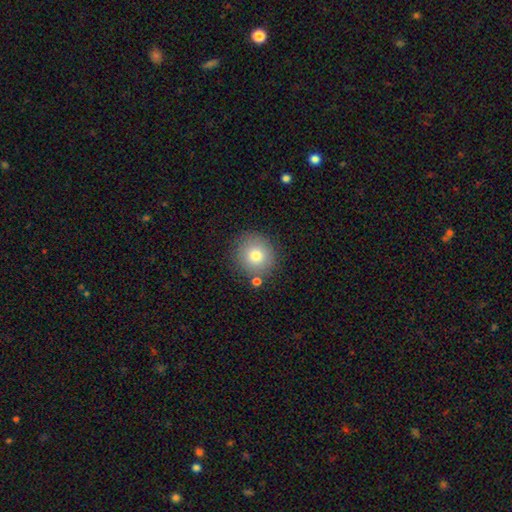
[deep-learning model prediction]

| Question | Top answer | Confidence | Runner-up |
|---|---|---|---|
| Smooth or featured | smooth | 79% | featured or disk (11%) |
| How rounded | round | 92% | in between (7%) |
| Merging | none | 82% | minor disturbance (9%) |